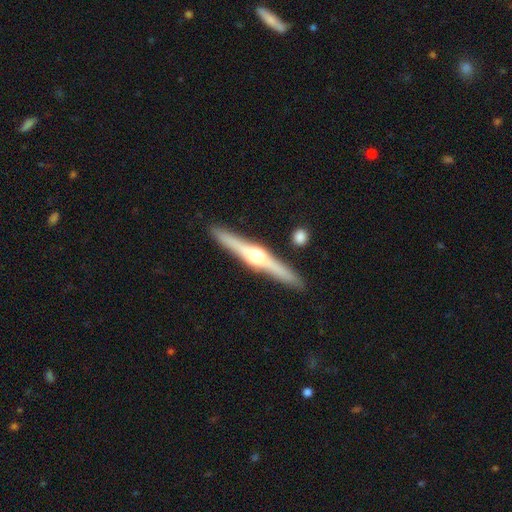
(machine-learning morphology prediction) Overall: featured or disk (79%). Edge-on disk: yes (98%). Edge-on bulge: rounded (93%). Merging: none (89%).